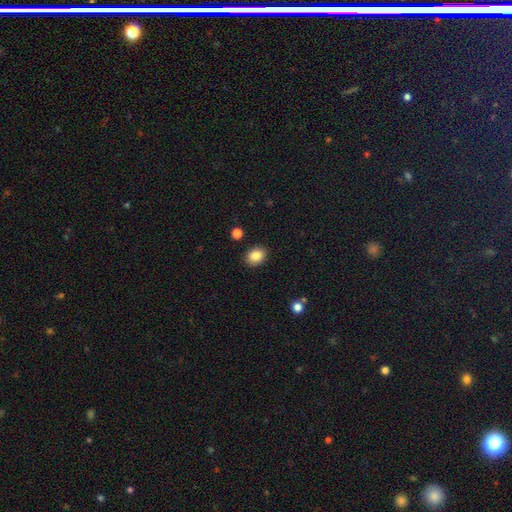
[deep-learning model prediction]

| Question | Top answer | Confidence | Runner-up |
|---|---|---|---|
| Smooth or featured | smooth | 86% | star or artifact (9%) |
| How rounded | in between | 61% | round (39%) |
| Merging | none | 89% | minor disturbance (8%) |